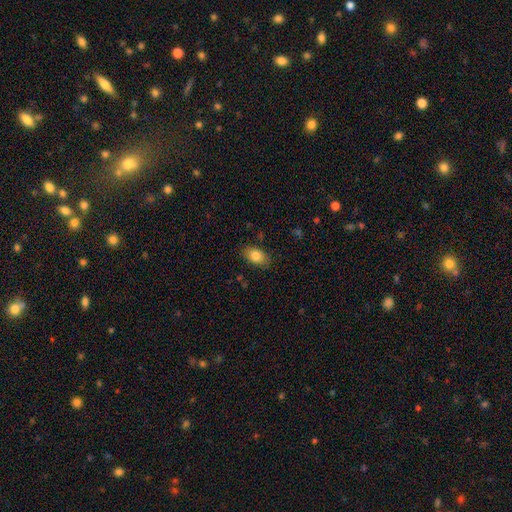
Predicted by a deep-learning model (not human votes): smooth-or-featured: smooth: 83% | featured or disk: 9% | star or artifact: 8%
  how-rounded: in between: 89% | round: 9% | cigar-shaped: 2%
  merging: none: 84% | minor disturbance: 12% | major disturbance: 3% | merger: 1%